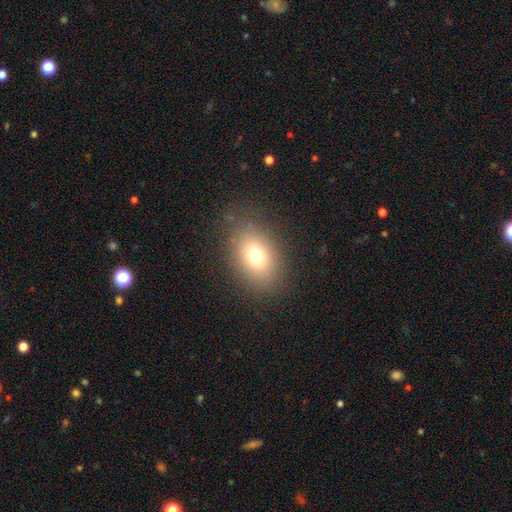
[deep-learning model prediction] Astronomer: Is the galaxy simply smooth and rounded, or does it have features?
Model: smooth — 73%.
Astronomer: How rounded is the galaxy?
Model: in between — 70%.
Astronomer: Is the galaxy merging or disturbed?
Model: none — 82%.